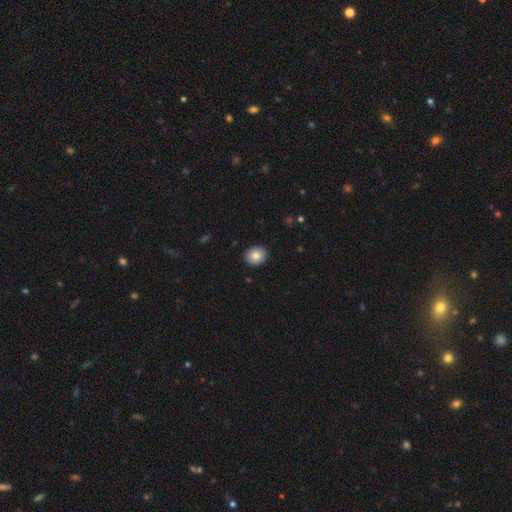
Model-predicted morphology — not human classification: This appears to be a smooth galaxy with no disk features (83%) that is round (62%). Merging: none (92%).